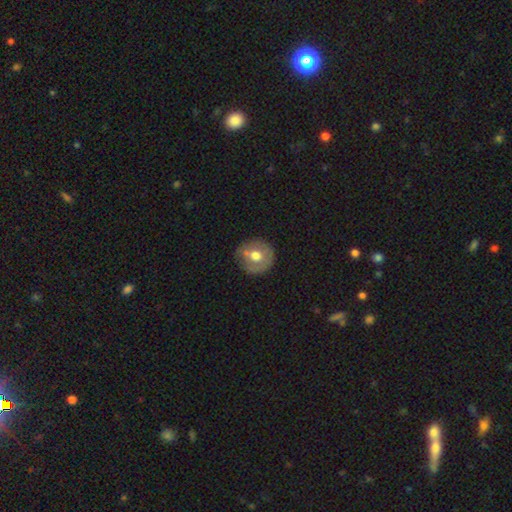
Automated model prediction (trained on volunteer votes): smooth-or-featured: smooth: 55% | featured or disk: 38% | star or artifact: 7%
  how-rounded: round: 90% | in between: 9% | cigar-shaped: 1%
  merging: none: 69% | minor disturbance: 19% | major disturbance: 6% | merger: 5%